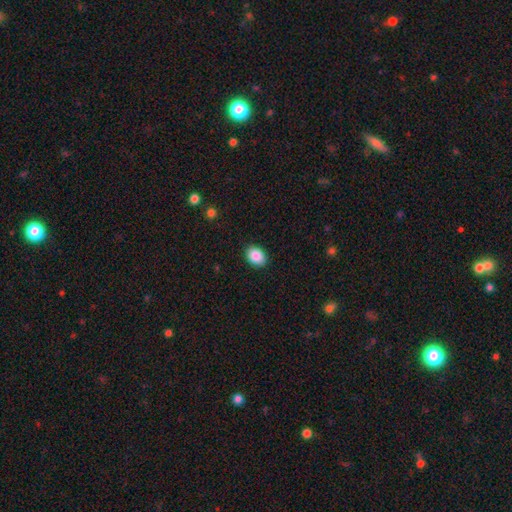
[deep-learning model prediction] Q: Smooth or featured?
A: smooth (89%); runner-up: star or artifact (8%)
Q: How rounded?
A: in between (73%); runner-up: round (26%)
Q: Merging?
A: none (89%); runner-up: minor disturbance (8%)